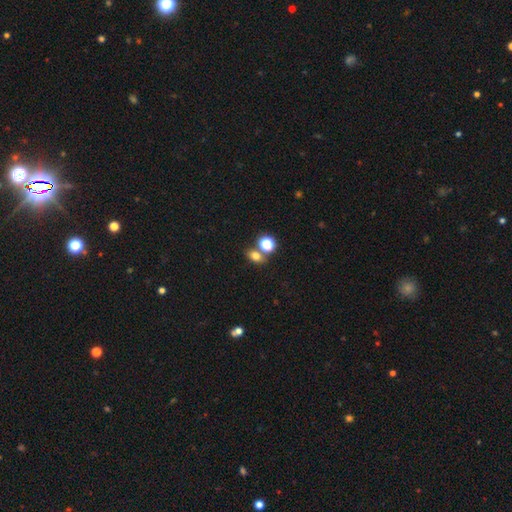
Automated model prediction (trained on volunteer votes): Smooth or featured: smooth — 73% (star or artifact — 17%)
How rounded: in between — 63% (round — 35%)
Merging: none — 60% (merger — 26%)